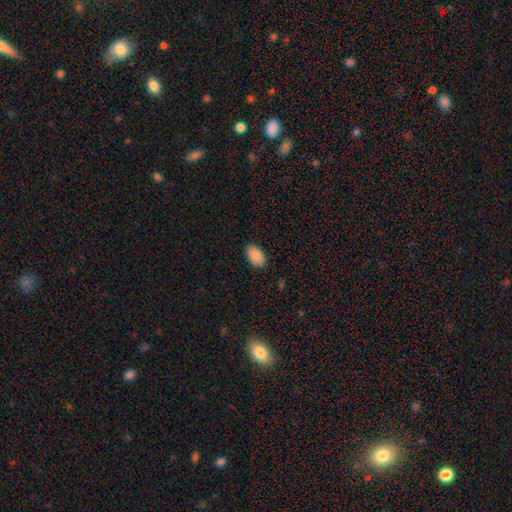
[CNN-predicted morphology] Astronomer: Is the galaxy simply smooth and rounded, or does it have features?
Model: smooth — 89%.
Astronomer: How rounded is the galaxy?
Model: in between — 92%.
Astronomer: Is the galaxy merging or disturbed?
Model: none — 88%.